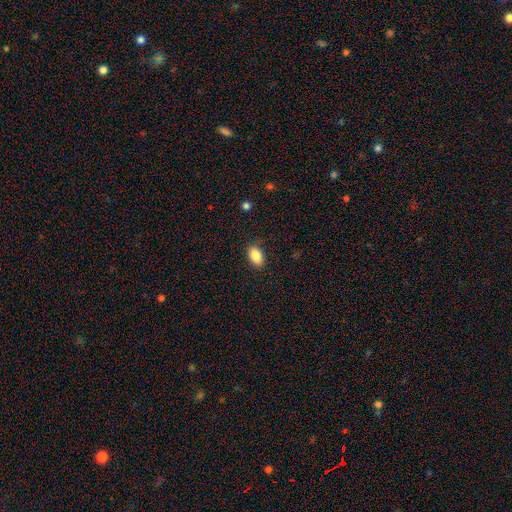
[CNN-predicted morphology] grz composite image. It shows a smooth galaxy with no disk features (86%) that is in between round and cigar-shaped (91%). Merging: none (86%).